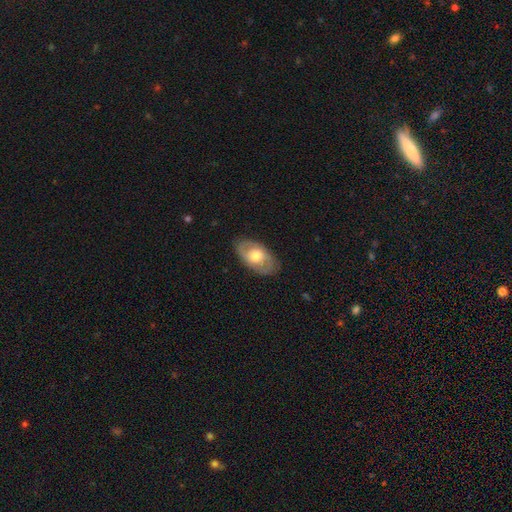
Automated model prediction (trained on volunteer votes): smooth-or-featured: smooth: 50% | featured or disk: 44% | star or artifact: 6%
  how-rounded: in between: 91% | round: 7% | cigar-shaped: 2%
  merging: none: 81% | minor disturbance: 14% | major disturbance: 4% | merger: 1%